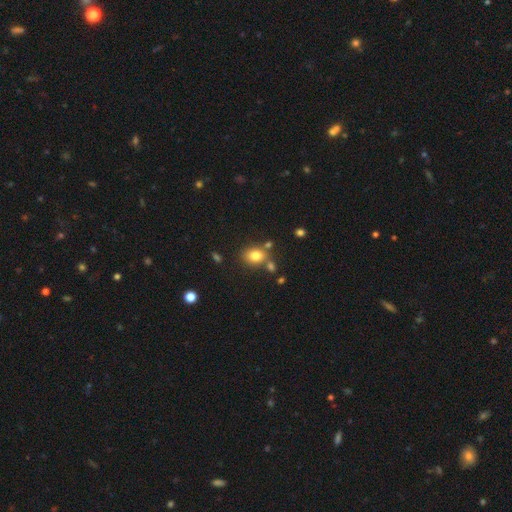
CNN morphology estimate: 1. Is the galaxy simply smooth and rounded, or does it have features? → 81% smooth, 11% star or artifact, 9% featured or disk.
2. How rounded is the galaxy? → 61% in between, 37% round, 1% cigar-shaped.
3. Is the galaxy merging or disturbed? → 66% none, 15% merger, 14% minor disturbance, 5% major disturbance.